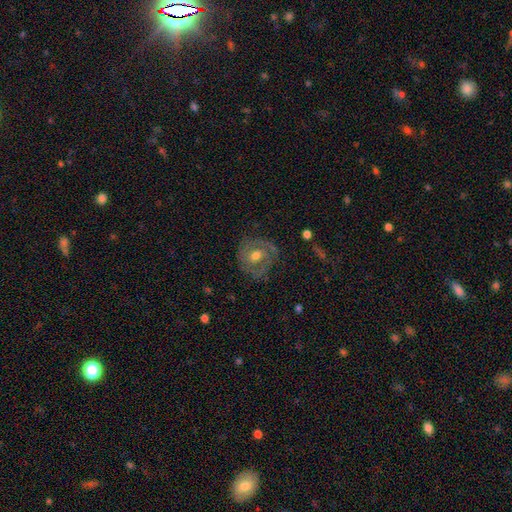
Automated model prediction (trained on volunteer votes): Smooth or featured?
  - featured or disk: 69% *
  - smooth: 24%
  - star or artifact: 7%
Edge-on disk?
  - no: 96% *
  - yes: 4%
Bar?
  - no: 64% *
  - weak: 29%
  - strong: 7%
Spiral arms?
  - yes: 78% *
  - no: 22%
Spiral winding?
  - tight: 56% *
  - medium: 33%
  - loose: 10%
Spiral arm count?
  - 2: 50% *
  - can't tell: 26%
  - 3: 11%
  - 1: 7%
  - 4: 3%
  - more than 4: 3%
Bulge size?
  - moderate: 77% *
  - small: 14%
  - large: 6%
  - none: 1%
  - dominant: 1%
Merging?
  - none: 74% *
  - minor disturbance: 17%
  - major disturbance: 8%
  - merger: 1%